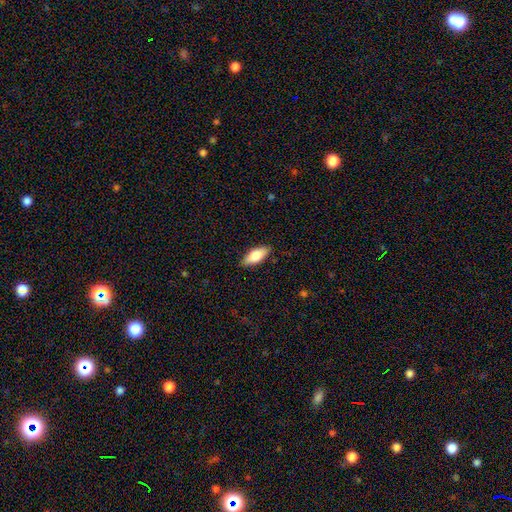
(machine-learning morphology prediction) smooth-or-featured: smooth: 75% | featured or disk: 19% | star or artifact: 6%
  how-rounded: in between: 82% | cigar-shaped: 16% | round: 2%
  merging: none: 86% | minor disturbance: 10% | major disturbance: 2% | merger: 1%